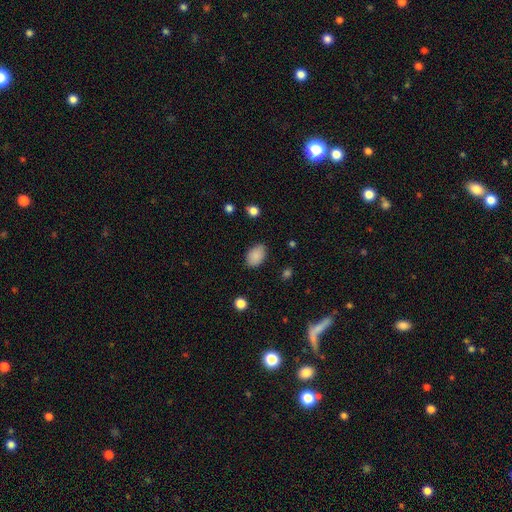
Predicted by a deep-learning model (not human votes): Overall: smooth (88%). How rounded: in between (87%). Merging: none (83%).